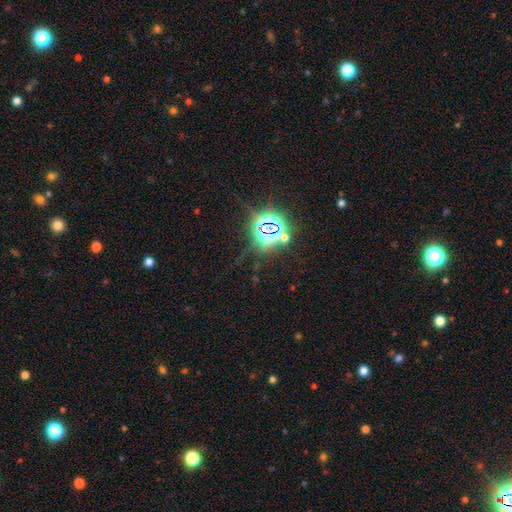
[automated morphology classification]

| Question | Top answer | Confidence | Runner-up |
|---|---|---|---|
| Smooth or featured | star or artifact | 79% | smooth (15%) |